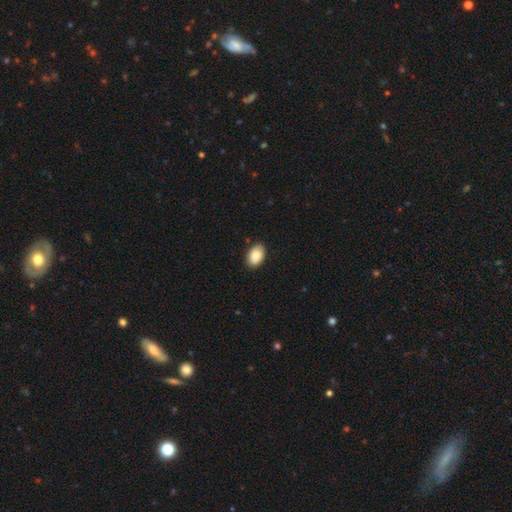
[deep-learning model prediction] smooth_or_featured: smooth (p=0.88) [alt: star or artifact p=0.07]
how_rounded: in between (p=0.90) [alt: round p=0.09]
merging: none (p=0.86) [alt: minor disturbance p=0.11]